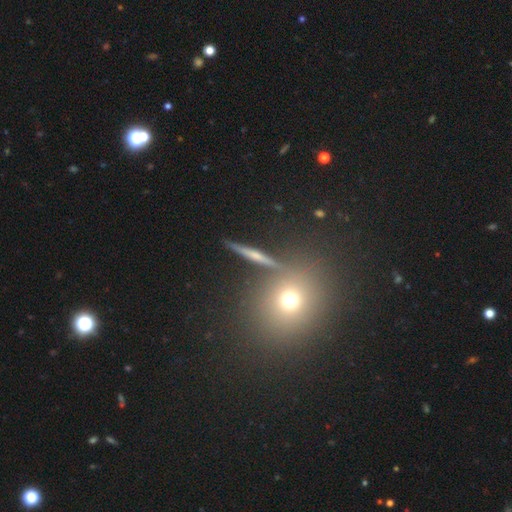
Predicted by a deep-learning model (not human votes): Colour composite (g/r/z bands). It shows a featured or disk galaxy (52%) viewed edge-on (90%). Merging: none (86%).